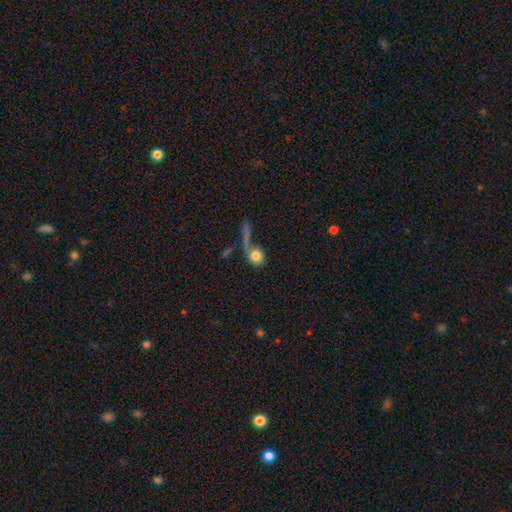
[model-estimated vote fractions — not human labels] Smooth or featured? Predicted: smooth (p=0.77). How rounded? Predicted: round (p=0.70). Merging? Predicted: none (p=0.43).